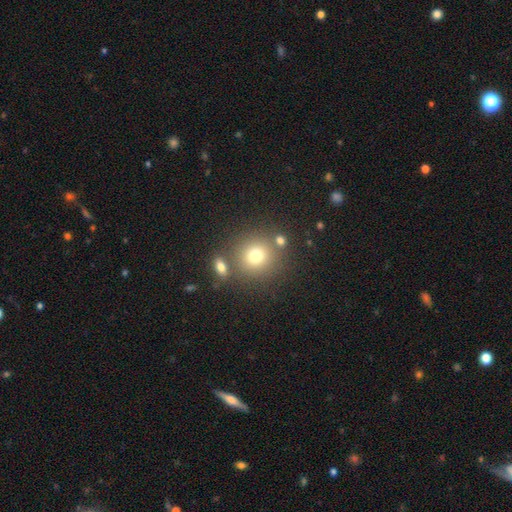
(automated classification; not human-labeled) Smooth or featured?
  - smooth: 75% *
  - star or artifact: 14%
  - featured or disk: 11%
How rounded?
  - round: 89% *
  - in between: 10%
  - cigar-shaped: 1%
Merging?
  - none: 73% *
  - merger: 14%
  - minor disturbance: 9%
  - major disturbance: 4%